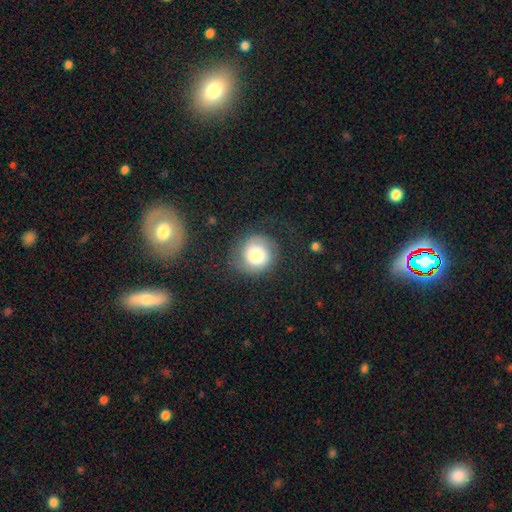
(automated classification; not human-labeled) This is likely a smooth galaxy (61%). How rounded: clearly round (88%). Merging: likely none (62%).